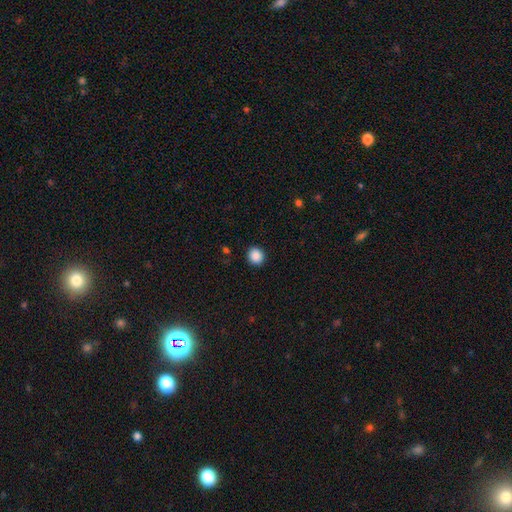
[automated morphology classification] Smooth or featured? Predicted: smooth (p=0.88). How rounded? Predicted: round (p=0.84). Merging? Predicted: none (p=0.91).